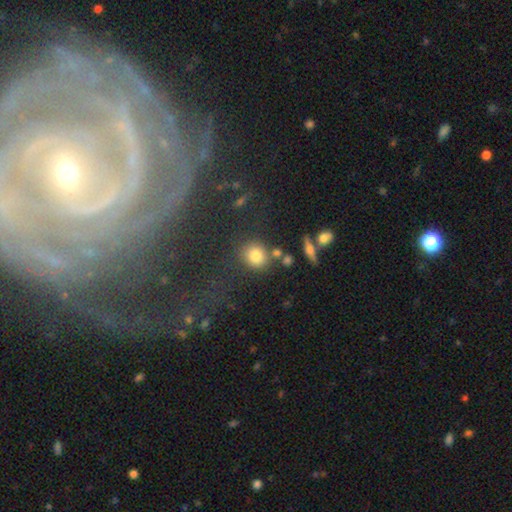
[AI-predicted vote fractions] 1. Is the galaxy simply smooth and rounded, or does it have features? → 77% smooth, 13% star or artifact, 10% featured or disk.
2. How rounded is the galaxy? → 80% round, 18% in between, 2% cigar-shaped.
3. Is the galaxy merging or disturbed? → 70% none, 13% minor disturbance, 11% merger, 6% major disturbance.